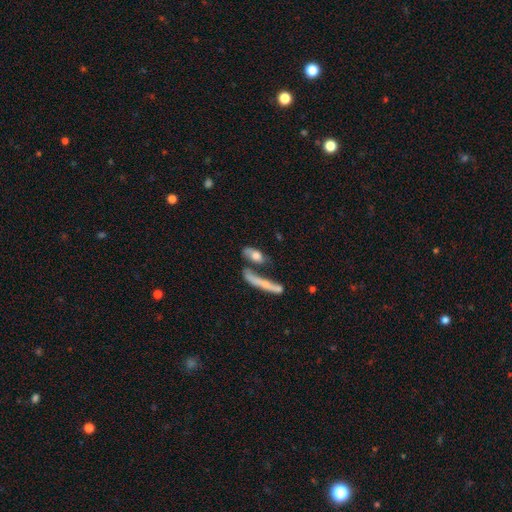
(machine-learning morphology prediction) Smooth or featured?
  - smooth: 56% *
  - featured or disk: 35%
  - star or artifact: 9%
How rounded?
  - in between: 55% *
  - cigar-shaped: 37%
  - round: 8%
Merging?
  - none: 36% *
  - merger: 35%
  - minor disturbance: 15%
  - major disturbance: 14%